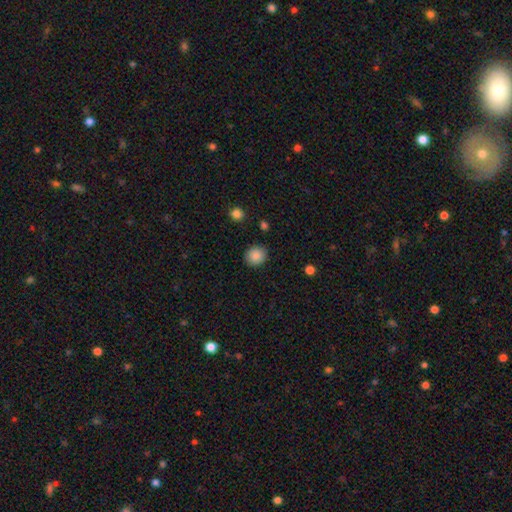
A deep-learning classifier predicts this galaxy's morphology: Overall: smooth (88%). How rounded: round (83%). Merging: none (89%).